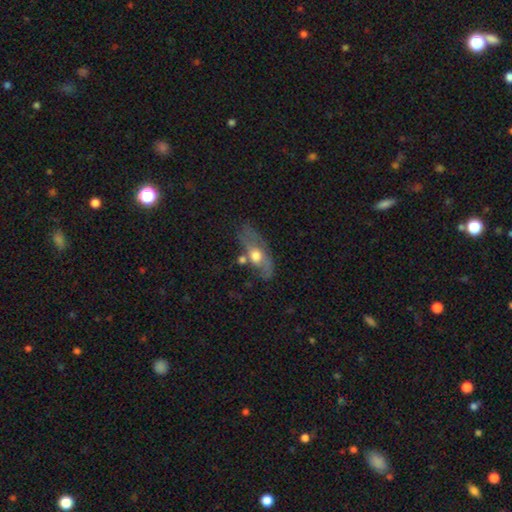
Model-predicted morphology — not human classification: Smooth or featured?
  - featured or disk: 50% *
  - smooth: 43%
  - star or artifact: 7%
Merging?
  - none: 48% *
  - minor disturbance: 25%
  - major disturbance: 15%
  - merger: 13%